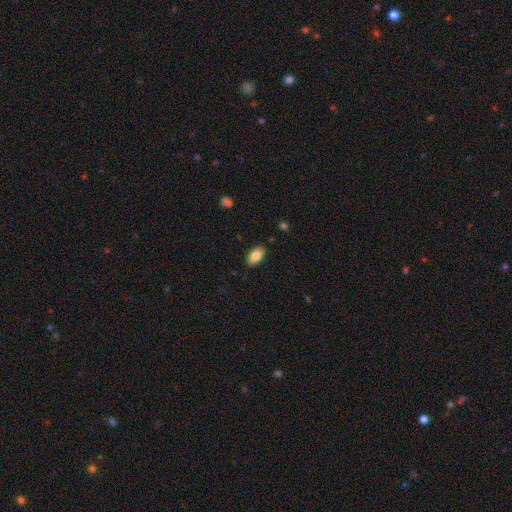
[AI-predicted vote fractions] Smooth or featured: smooth — 84% (featured or disk — 9%)
How rounded: in between — 93% (round — 5%)
Merging: none — 87% (minor disturbance — 10%)